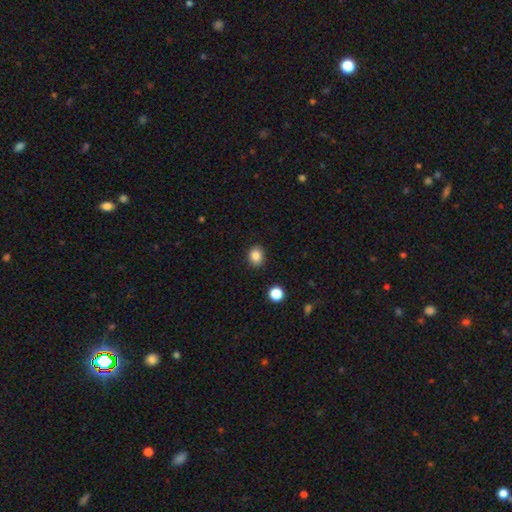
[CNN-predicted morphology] type=smooth (86%); roundness=round (57%); merging=none (89%).